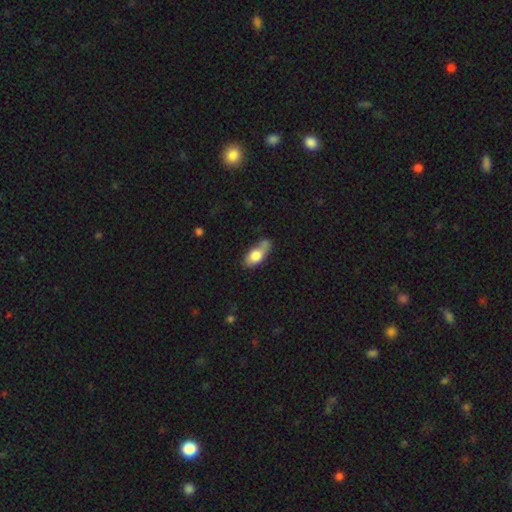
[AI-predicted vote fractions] This appears to be a smooth galaxy with no disk features (73%) that is in between round and cigar-shaped (83%). Merging: none (42%).